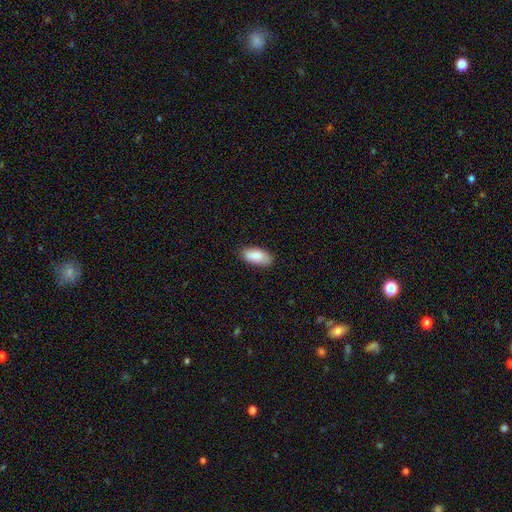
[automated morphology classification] This appears to be a smooth galaxy with no disk features (88%) that is in between round and cigar-shaped (90%). Merging: none (83%).